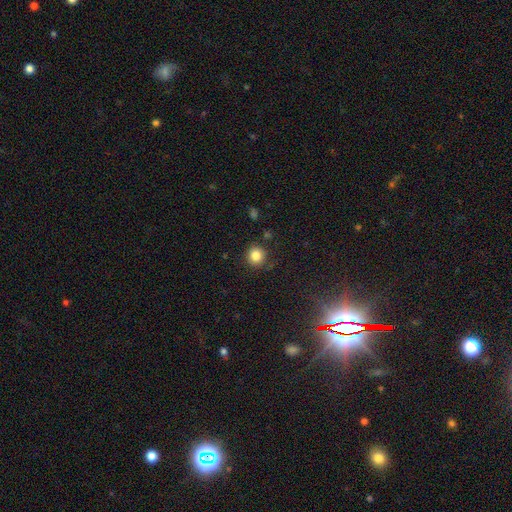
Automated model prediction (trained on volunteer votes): Morphology: type=smooth (83%); roundness=round (92%); merging=none (87%).